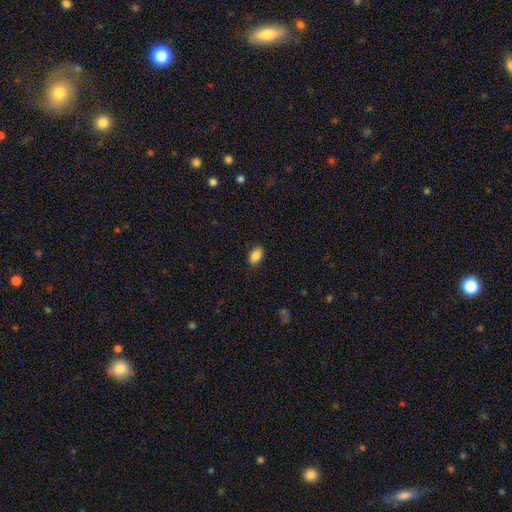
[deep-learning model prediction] A smooth galaxy with no disk features (88%) that is in between round and cigar-shaped (89%).

Vote fractions:
- Smooth or featured? smooth: 88% / star or artifact: 8% / featured or disk: 4%
- How rounded? in between: 89% / round: 10% / cigar-shaped: 2%
- Merging? none: 88% / minor disturbance: 9% / major disturbance: 2% / merger: 1%